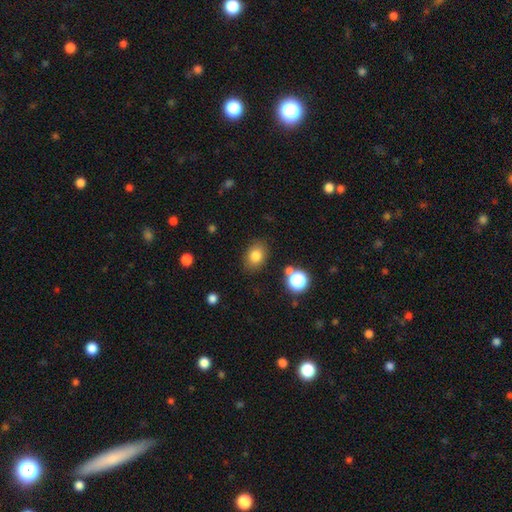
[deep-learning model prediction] A smooth galaxy with no disk features (81%) that is in between round and cigar-shaped (66%).

Vote fractions:
- Smooth or featured? smooth: 81% / star or artifact: 11% / featured or disk: 8%
- How rounded? in between: 66% / round: 33% / cigar-shaped: 1%
- Merging? none: 82% / minor disturbance: 12% / major disturbance: 4% / merger: 3%